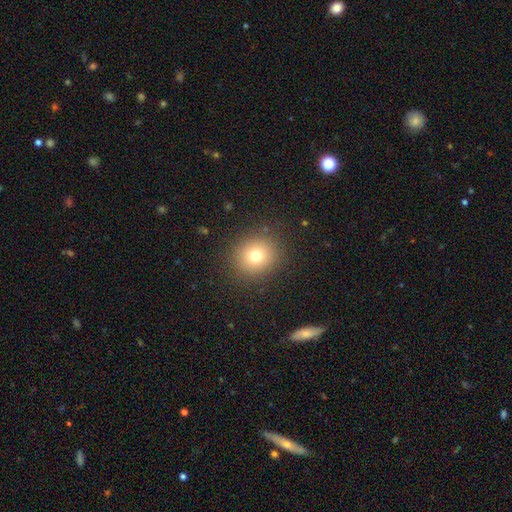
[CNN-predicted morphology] Q: Smooth or featured?
A: smooth (75%); runner-up: star or artifact (15%)
Q: How rounded?
A: round (83%); runner-up: in between (16%)
Q: Merging?
A: none (88%); runner-up: minor disturbance (8%)